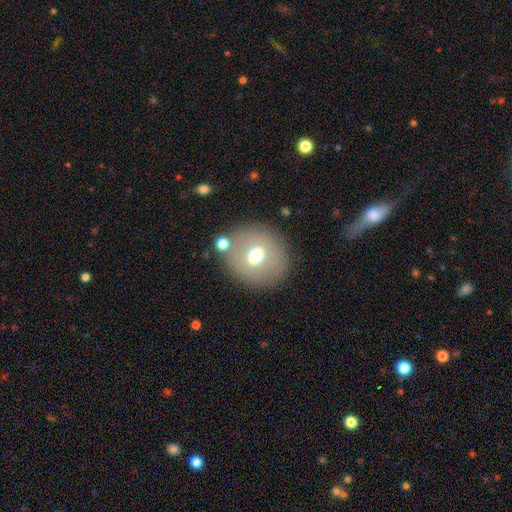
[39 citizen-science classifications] Overall: smooth (69%). How rounded: round (74%). Merging: none (69%).